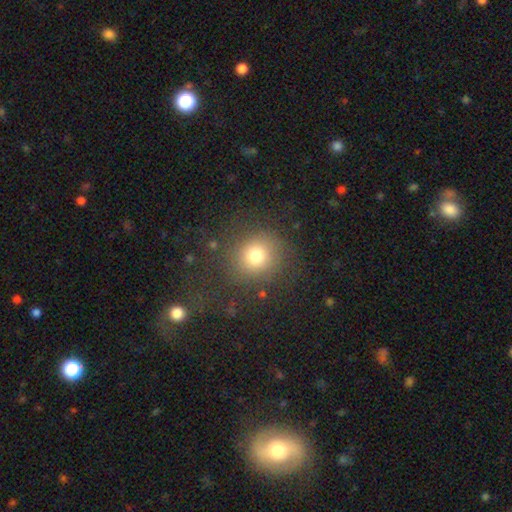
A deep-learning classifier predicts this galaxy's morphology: type=smooth (75%); roundness=round (87%); merging=none (80%).